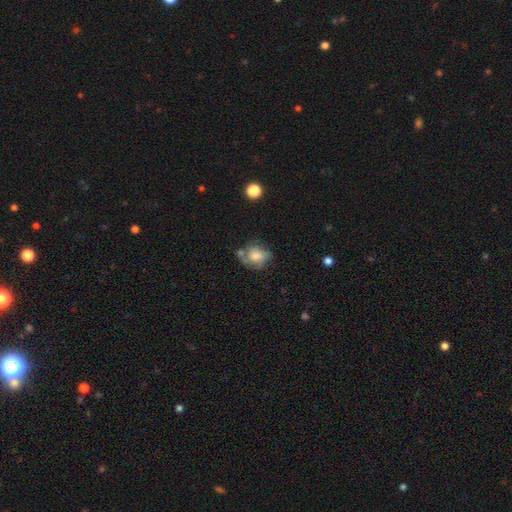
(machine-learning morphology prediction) Q: Smooth or featured?
A: smooth (46%); runner-up: featured or disk (44%)
Q: Merging?
A: none (45%); runner-up: minor disturbance (27%)